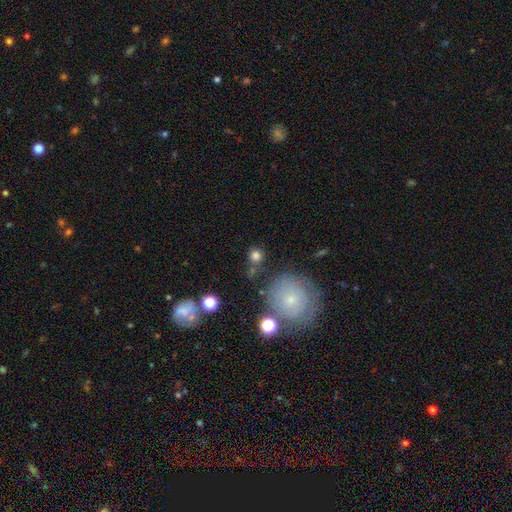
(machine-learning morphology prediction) Q: Smooth or featured?
A: smooth (75%); runner-up: star or artifact (14%)
Q: How rounded?
A: round (90%); runner-up: in between (9%)
Q: Merging?
A: none (71%); runner-up: minor disturbance (12%)